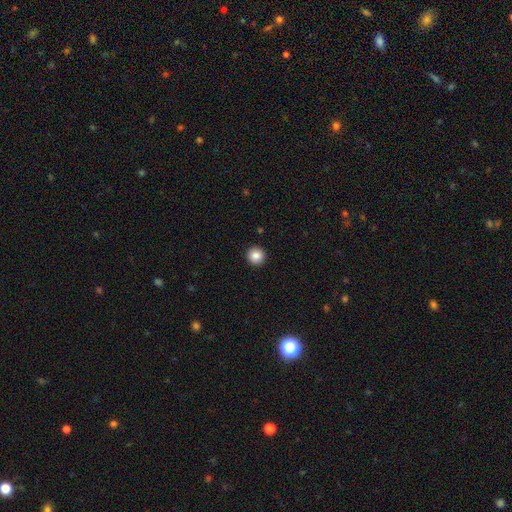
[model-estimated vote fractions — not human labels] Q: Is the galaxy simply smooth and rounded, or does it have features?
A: smooth — 86%.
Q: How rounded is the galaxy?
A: round — 95%.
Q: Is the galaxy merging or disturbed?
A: none — 93%.